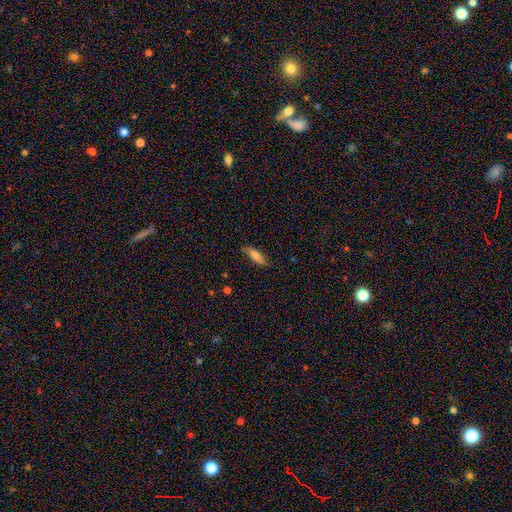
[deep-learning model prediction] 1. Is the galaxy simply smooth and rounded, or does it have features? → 63% smooth, 30% featured or disk, 7% star or artifact.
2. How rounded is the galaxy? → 60% cigar-shaped, 38% in between, 2% round.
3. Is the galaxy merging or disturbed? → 79% none, 17% minor disturbance, 3% major disturbance, 1% merger.